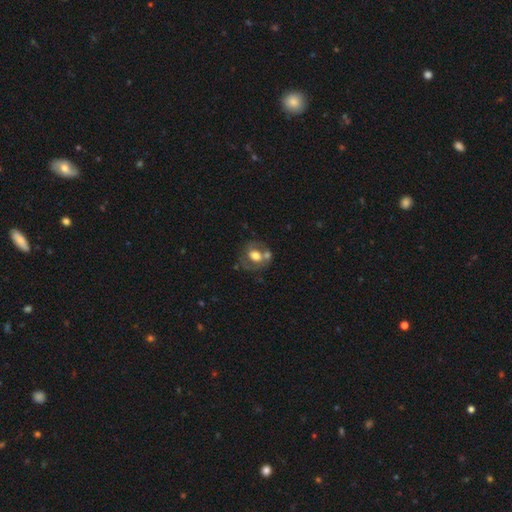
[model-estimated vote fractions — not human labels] smooth 48%, featured or disk 43%, star or artifact 9%. Down the decision tree: merging — none (46%).